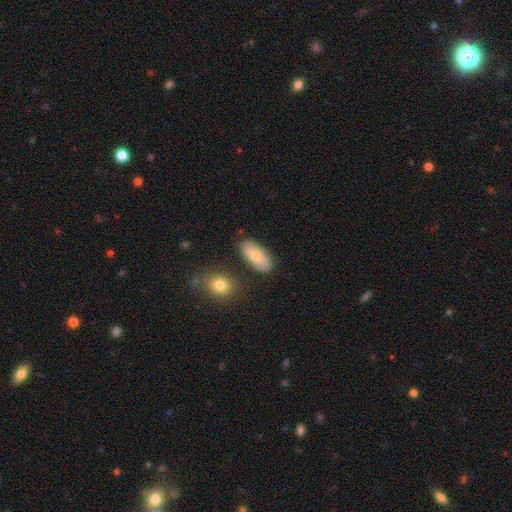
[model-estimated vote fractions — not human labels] The model was most divided on "smooth or featured": smooth: 77%, featured or disk: 17%, star or artifact: 6%. More confident: how rounded — in between (86%); merging — none (79%).